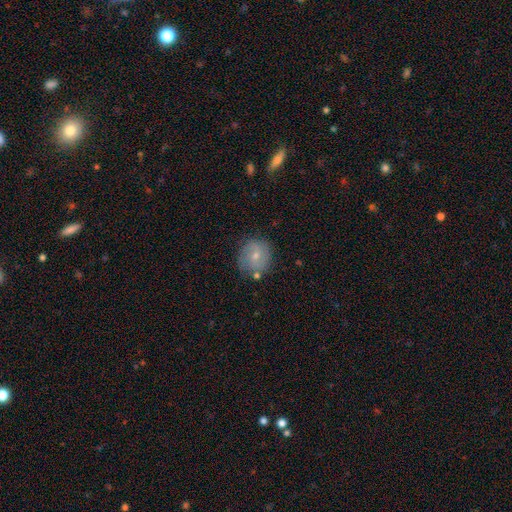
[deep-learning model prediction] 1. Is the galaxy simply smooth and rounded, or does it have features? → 53% smooth, 39% featured or disk, 8% star or artifact.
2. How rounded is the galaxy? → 88% round, 11% in between, 1% cigar-shaped.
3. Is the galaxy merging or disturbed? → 74% none, 16% minor disturbance, 5% merger, 5% major disturbance.